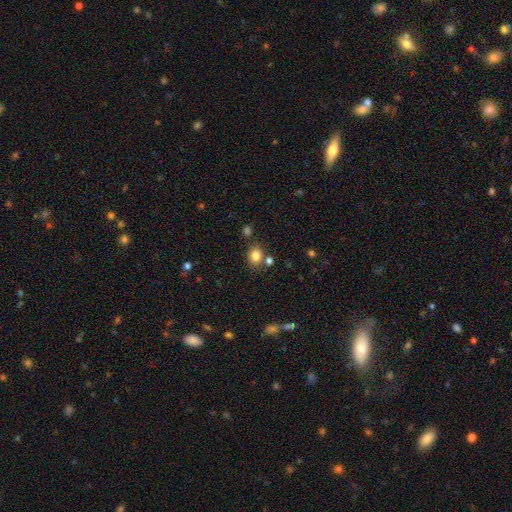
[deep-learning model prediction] Smooth or featured: smooth — 82% (star or artifact — 11%)
How rounded: round — 58% (in between — 41%)
Merging: none — 73% (minor disturbance — 12%)